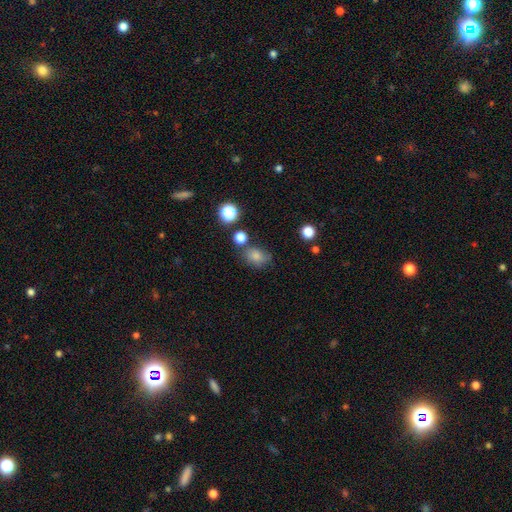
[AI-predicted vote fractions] smooth_or_featured: smooth (p=0.78) [alt: star or artifact p=0.13]
how_rounded: in between (p=0.69) [alt: round p=0.30]
merging: none (p=0.63) [alt: minor disturbance p=0.20]